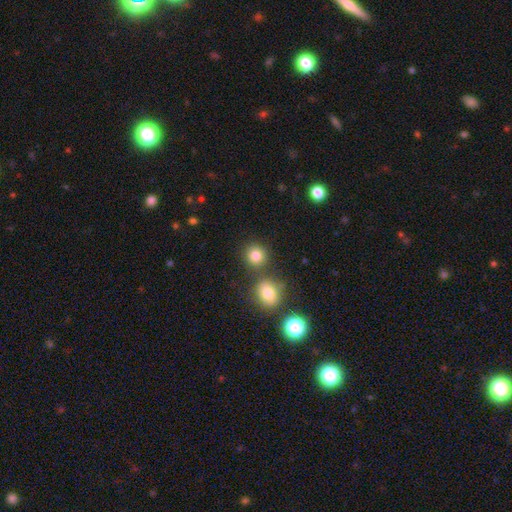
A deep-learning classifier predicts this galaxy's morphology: Smooth or featured: smooth — 81% (star or artifact — 13%)
How rounded: round — 88% (in between — 11%)
Merging: none — 75% (merger — 13%)